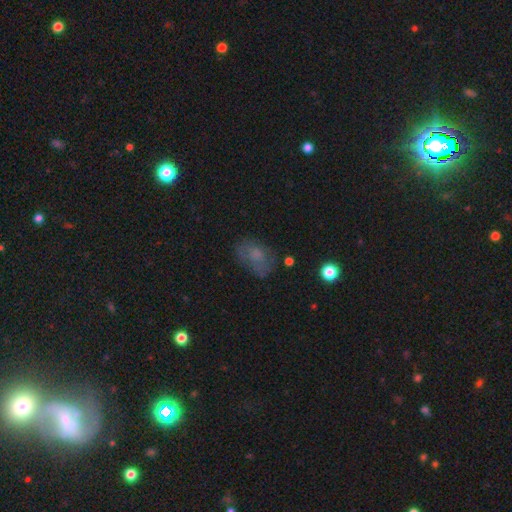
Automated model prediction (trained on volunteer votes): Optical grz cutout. It shows a smooth galaxy with no disk features (59%) that is in between round and cigar-shaped (81%). Merging: none (56%).